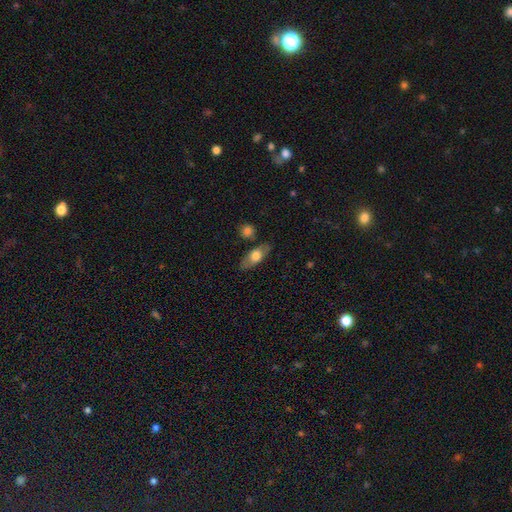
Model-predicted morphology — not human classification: type=smooth (63%); roundness=in between (74%); merging=none (78%).